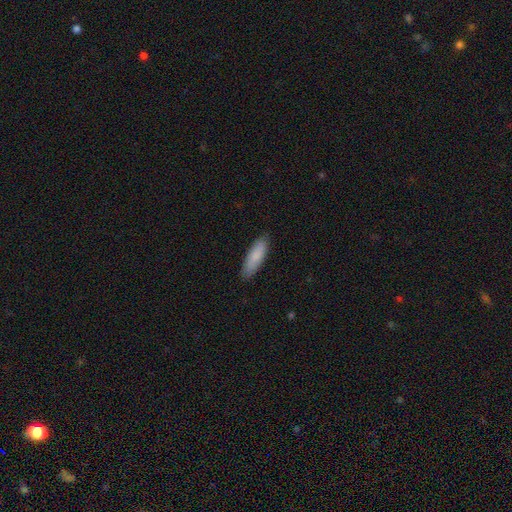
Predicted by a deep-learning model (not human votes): A smooth galaxy with no disk features (86%) that is in between round and cigar-shaped (50%). Merging: none (86%).